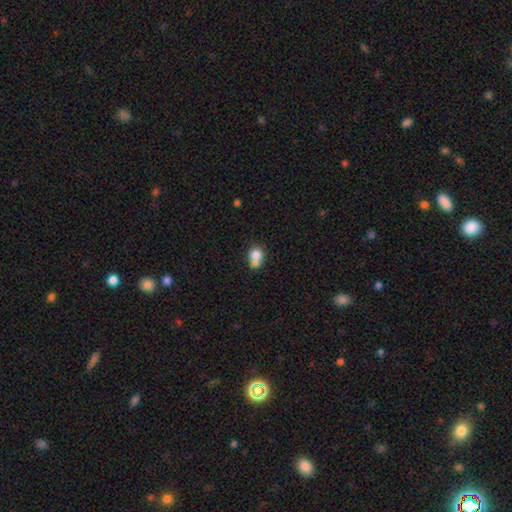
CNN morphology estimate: Smooth or featured?
  - smooth: 75% *
  - featured or disk: 15%
  - star or artifact: 10%
How rounded?
  - round: 70% *
  - in between: 29%
  - cigar-shaped: 1%
Merging?
  - merger: 58% *
  - none: 31%
  - minor disturbance: 8%
  - major disturbance: 3%